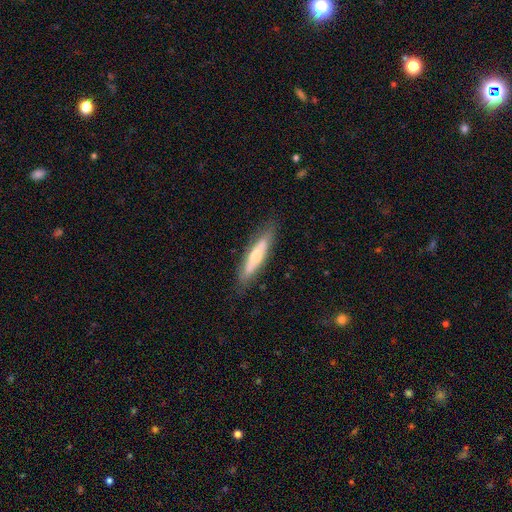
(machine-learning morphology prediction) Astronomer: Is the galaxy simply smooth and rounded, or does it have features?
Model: featured or disk — 50% (runner-up: smooth, 45%).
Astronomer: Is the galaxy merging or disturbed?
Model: none — 81%.